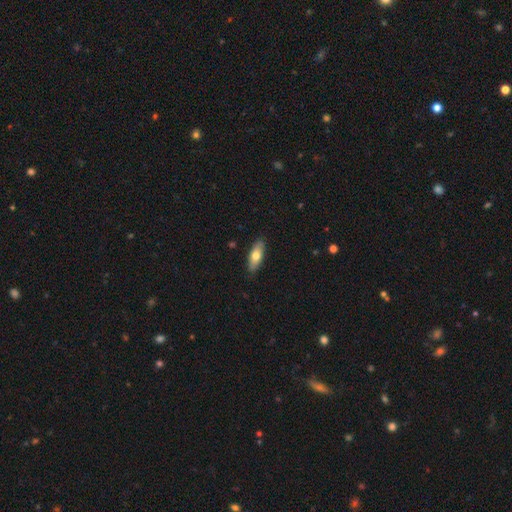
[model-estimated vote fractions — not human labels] This is likely a smooth galaxy (68%). How rounded: likely in between (67%). Merging: clearly none (88%).